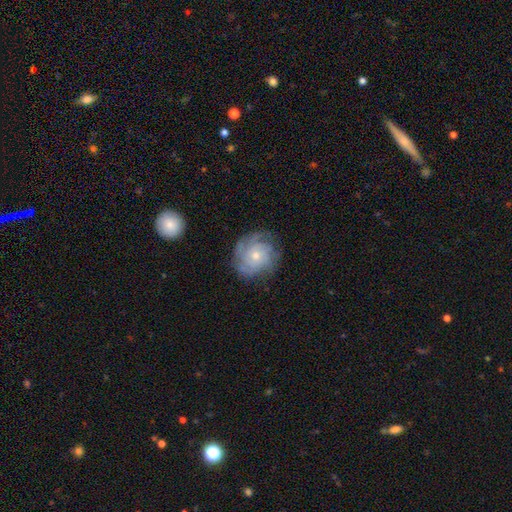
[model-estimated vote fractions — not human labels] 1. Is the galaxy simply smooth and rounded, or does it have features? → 72% featured or disk, 20% smooth, 8% star or artifact.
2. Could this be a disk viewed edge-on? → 98% no, 2% yes.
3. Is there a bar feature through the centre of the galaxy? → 83% no, 15% weak, 2% strong.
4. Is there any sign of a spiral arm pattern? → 91% yes, 9% no.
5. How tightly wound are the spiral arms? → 62% tight, 29% medium, 9% loose.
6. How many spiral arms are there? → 39% can't tell, 20% 4, 17% 3, 9% more than 4, 9% 2, 6% 1.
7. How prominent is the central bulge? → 57% small, 39% moderate, 2% large, 1% none, 1% dominant.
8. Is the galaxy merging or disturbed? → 74% none, 17% minor disturbance, 8% major disturbance, 1% merger.